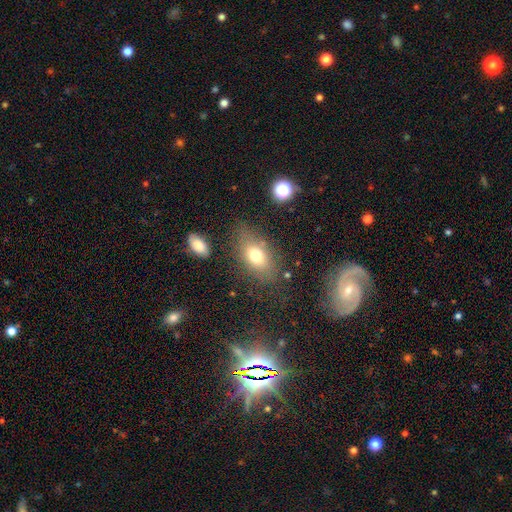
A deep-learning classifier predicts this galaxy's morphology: Smooth or featured? Predicted: smooth (p=0.72). How rounded? Predicted: in between (p=0.84). Merging? Predicted: none (p=0.71).